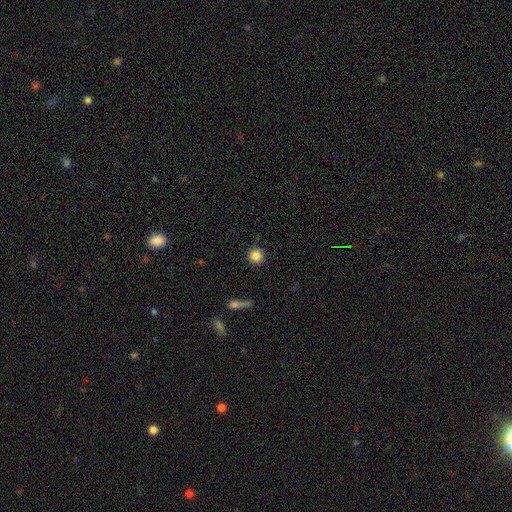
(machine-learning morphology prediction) smooth-or-featured: smooth: 85% | star or artifact: 10% | featured or disk: 5%
  how-rounded: round: 95% | in between: 4% | cigar-shaped: 1%
  merging: none: 91% | minor disturbance: 6% | major disturbance: 2% | merger: 2%